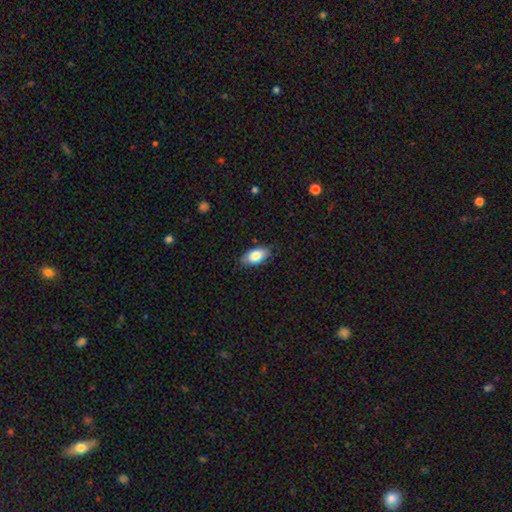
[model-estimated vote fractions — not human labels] The model was most divided on "merging": none: 83%, minor disturbance: 14%, major disturbance: 2%, merger: 1%. More confident: how rounded — in between (93%); smooth or featured — smooth (82%).